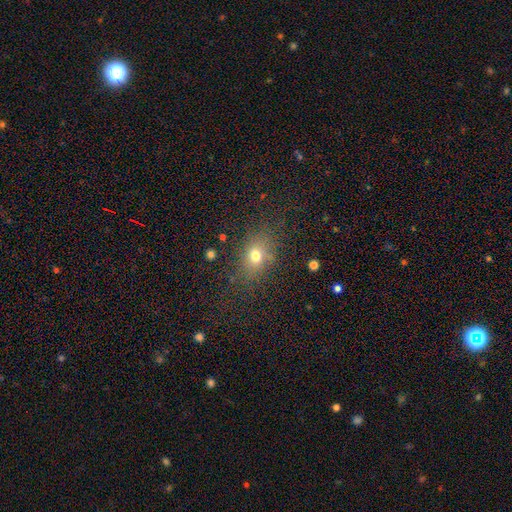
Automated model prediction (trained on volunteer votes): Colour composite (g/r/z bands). It shows a smooth galaxy with no disk features (70%) that is in between round and cigar-shaped (63%). Merging: none (76%).